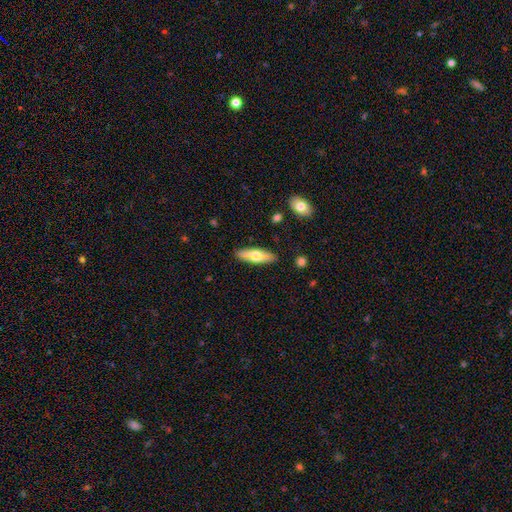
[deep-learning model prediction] Morphology: type=smooth (54%); roundness=in between (52%); merging=none (85%).